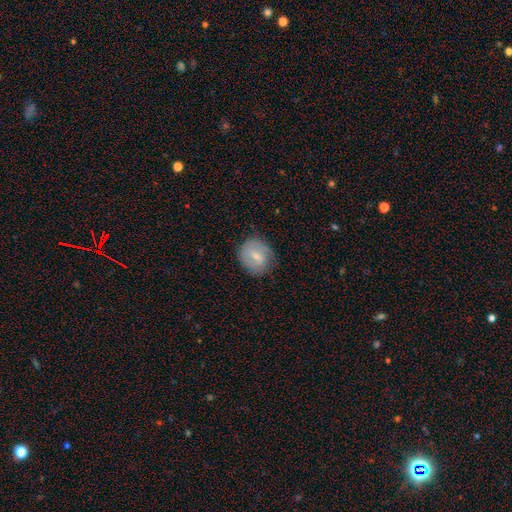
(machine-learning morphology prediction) The model was most divided on "smooth or featured": smooth: 61%, featured or disk: 32%, star or artifact: 7%. More confident: merging — none (76%); how rounded — round (68%).